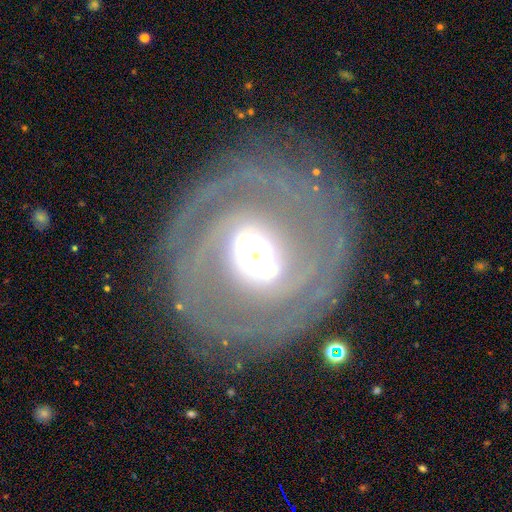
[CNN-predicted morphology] Smooth or featured? Predicted: featured or disk (p=0.85). Edge-on disk? Predicted: no (p=0.96). Bar? Predicted: no (p=0.56). Spiral arms? Predicted: yes (p=0.86). Spiral winding? Predicted: tight (p=0.59). Spiral arm count? Predicted: 2 (p=0.44). Bulge size? Predicted: moderate (p=0.54). Merging? Predicted: none (p=0.75).